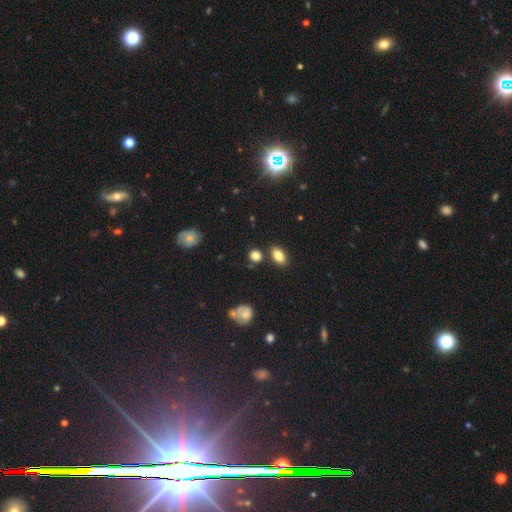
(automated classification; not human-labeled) A smooth galaxy with no disk features (82%) that is round (57%). Merging: none (76%).